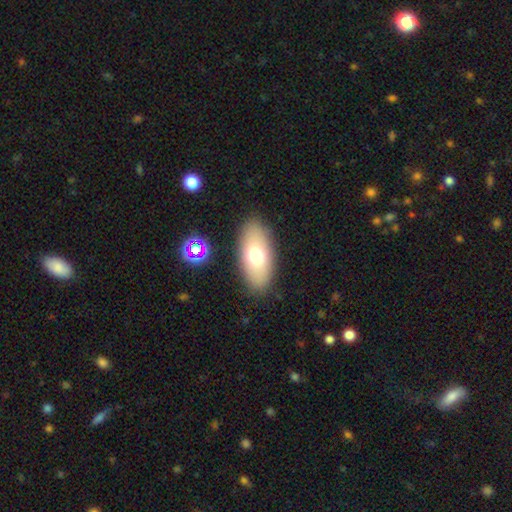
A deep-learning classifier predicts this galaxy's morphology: Smooth or featured? smooth (69%)
How rounded? in between (91%)
Merging? none (87%)